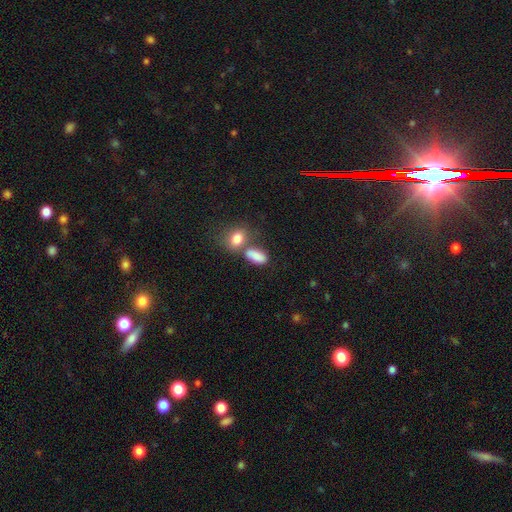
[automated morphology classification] Smooth or featured? smooth (84%)
How rounded? in between (86%)
Merging? none (44%)